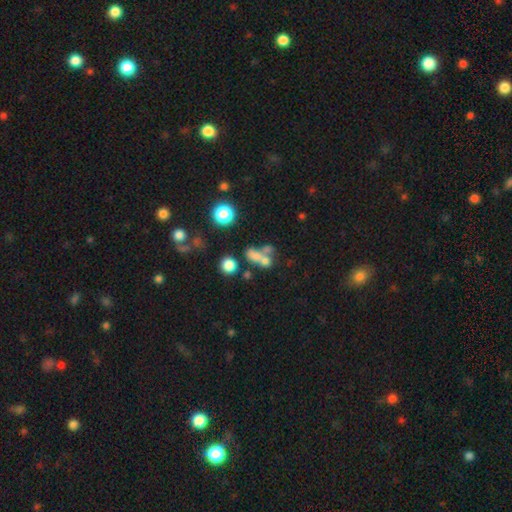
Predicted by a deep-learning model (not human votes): Morphology: type=smooth (59%); roundness=in between (48%); merging=merger (50%).